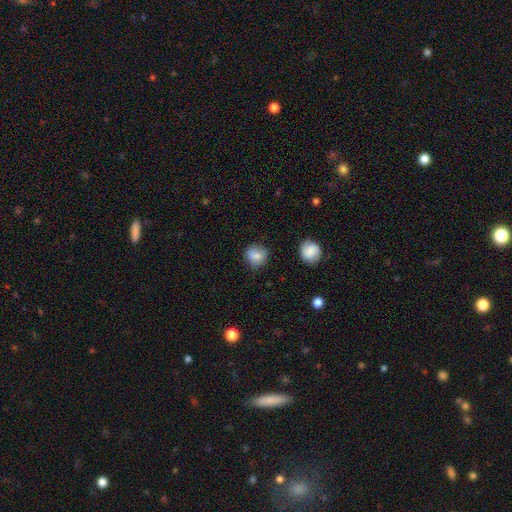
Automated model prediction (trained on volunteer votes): smooth-or-featured: smooth: 82% | star or artifact: 9% | featured or disk: 9%
  how-rounded: round: 79% | in between: 20% | cigar-shaped: 1%
  merging: none: 74% | minor disturbance: 19% | major disturbance: 4% | merger: 2%